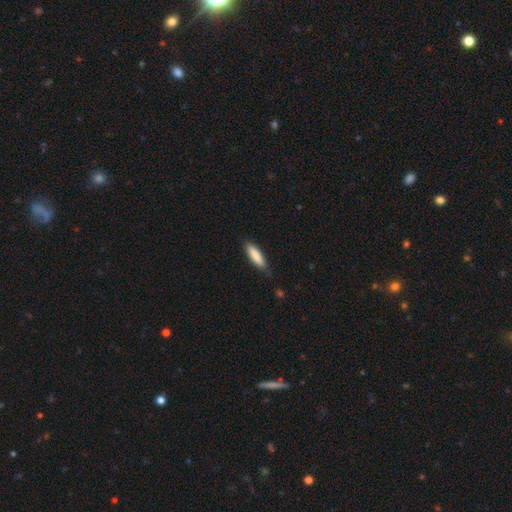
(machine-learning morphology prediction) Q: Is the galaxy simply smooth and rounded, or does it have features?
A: smooth — 85%.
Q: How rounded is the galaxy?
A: cigar-shaped — 61%.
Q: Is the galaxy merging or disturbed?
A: none — 79%.